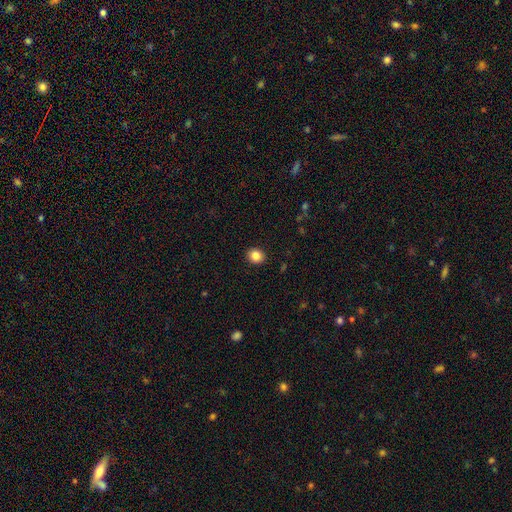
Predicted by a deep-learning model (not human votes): The model was most divided on "how rounded": round: 69%, in between: 30%, cigar-shaped: 1%. More confident: merging — none (92%); smooth or featured — smooth (85%).